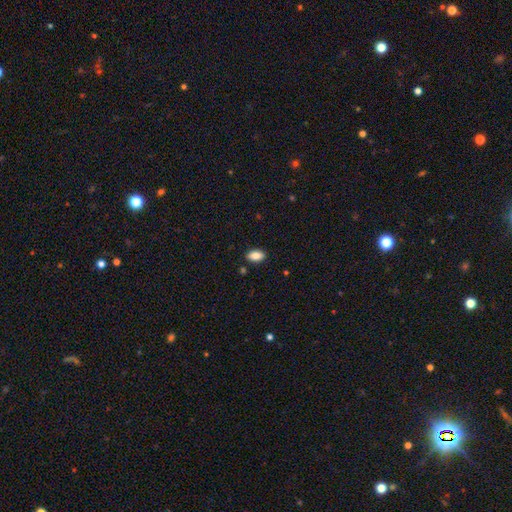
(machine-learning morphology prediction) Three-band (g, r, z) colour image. It shows a smooth galaxy with no disk features (86%) that is in between round and cigar-shaped (92%). Merging: none (88%).